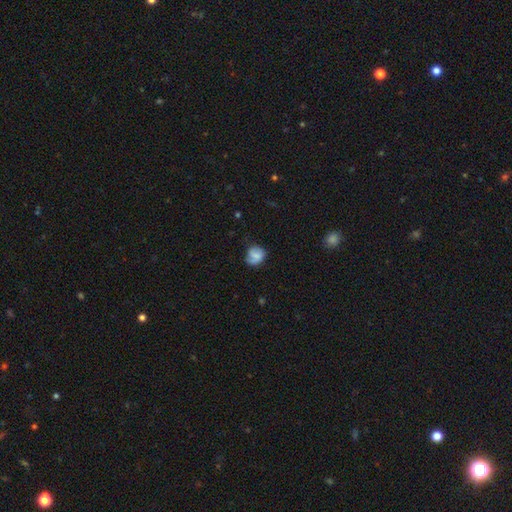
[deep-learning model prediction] A smooth galaxy with no disk features (65%) that is round (69%).

Vote fractions:
- Smooth or featured? smooth: 65% / featured or disk: 26% / star or artifact: 9%
- How rounded? round: 69% / in between: 30% / cigar-shaped: 1%
- Merging? none: 58% / minor disturbance: 29% / major disturbance: 11% / merger: 3%